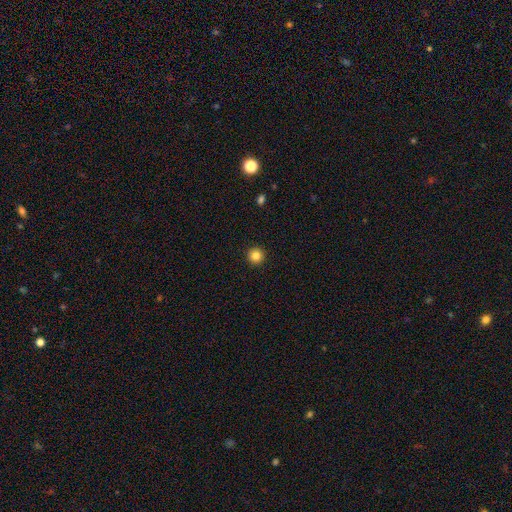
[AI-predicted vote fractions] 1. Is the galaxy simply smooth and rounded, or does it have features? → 84% smooth, 11% star or artifact, 5% featured or disk.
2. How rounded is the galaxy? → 96% round, 3% in between, 1% cigar-shaped.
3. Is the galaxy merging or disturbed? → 94% none, 4% minor disturbance, 1% major disturbance, 1% merger.